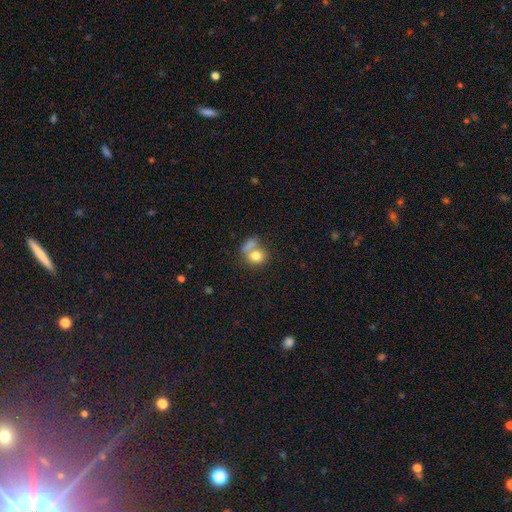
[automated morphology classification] smooth-or-featured: smooth: 77% | featured or disk: 14% | star or artifact: 9%
  how-rounded: round: 70% | in between: 29% | cigar-shaped: 1%
  merging: merger: 43% | none: 36% | minor disturbance: 12% | major disturbance: 9%